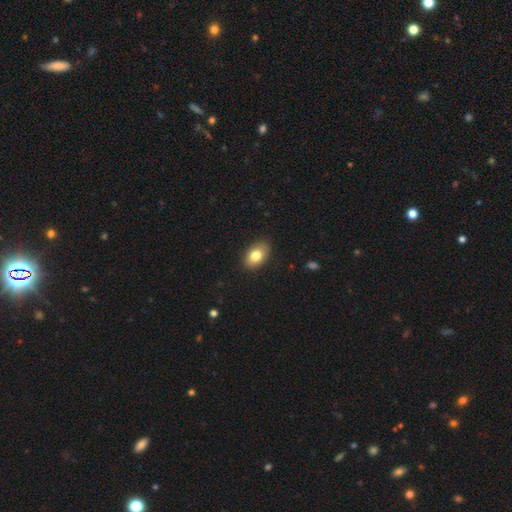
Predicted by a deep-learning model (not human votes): Morphology: type=smooth (80%); roundness=in between (88%); merging=none (86%).